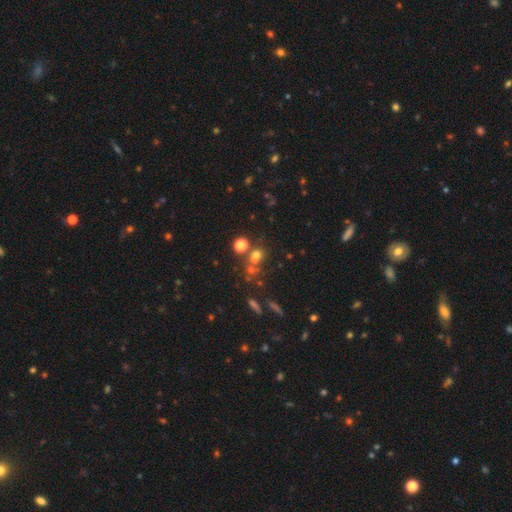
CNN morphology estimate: Smooth or featured?
  - smooth: 60% *
  - star or artifact: 26%
  - featured or disk: 14%
How rounded?
  - round: 78% *
  - in between: 21%
  - cigar-shaped: 1%
Merging?
  - none: 53% *
  - merger: 32%
  - minor disturbance: 9%
  - major disturbance: 5%